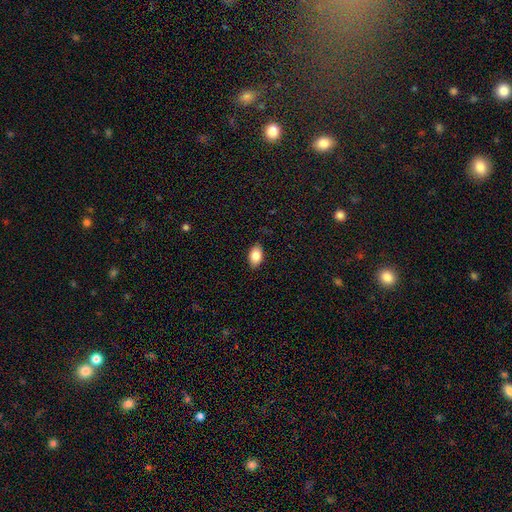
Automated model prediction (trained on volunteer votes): A smooth galaxy with no disk features (85%) that is in between round and cigar-shaped (90%).

Vote fractions:
- Smooth or featured? smooth: 85% / star or artifact: 8% / featured or disk: 7%
- How rounded? in between: 90% / round: 9% / cigar-shaped: 1%
- Merging? none: 86% / minor disturbance: 11% / major disturbance: 2% / merger: 1%